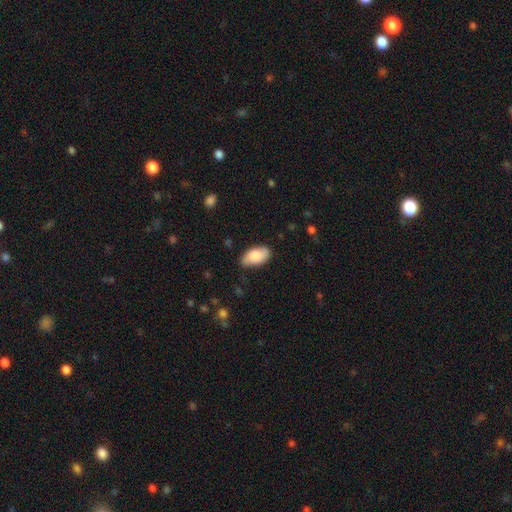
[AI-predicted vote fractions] Morphology: type=smooth (83%); roundness=in between (95%); merging=none (75%).